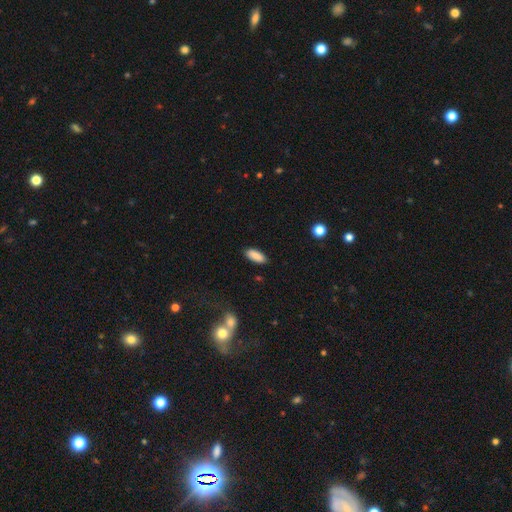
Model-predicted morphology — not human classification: This appears to be a smooth galaxy with no disk features (89%) that is in between round and cigar-shaped (75%). Merging: none (87%).